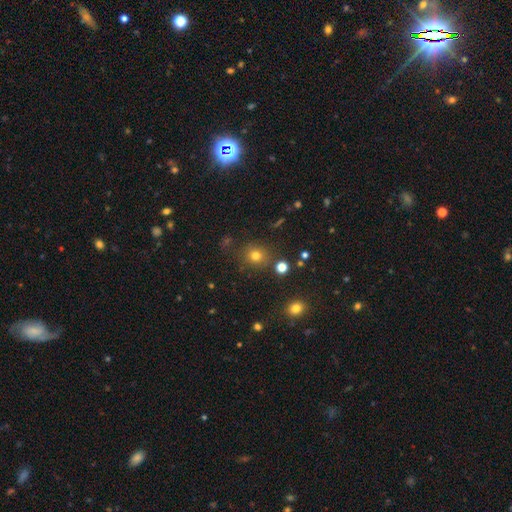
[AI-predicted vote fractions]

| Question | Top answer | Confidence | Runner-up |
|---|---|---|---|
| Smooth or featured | smooth | 73% | star or artifact (19%) |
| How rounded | round | 86% | in between (13%) |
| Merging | none | 82% | minor disturbance (10%) |